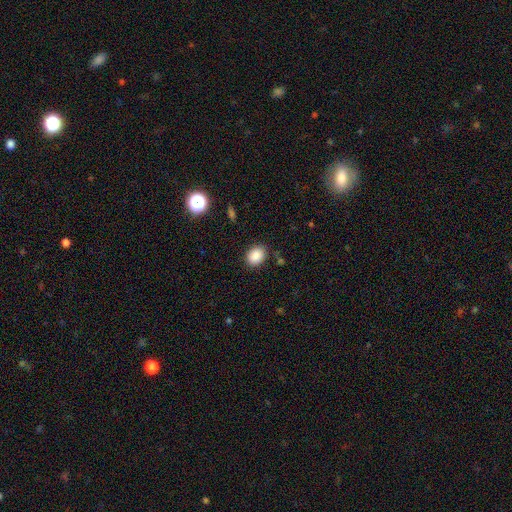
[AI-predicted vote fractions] Smooth or featured? Predicted: smooth (p=0.88). How rounded? Predicted: in between (p=0.56). Merging? Predicted: none (p=0.85).